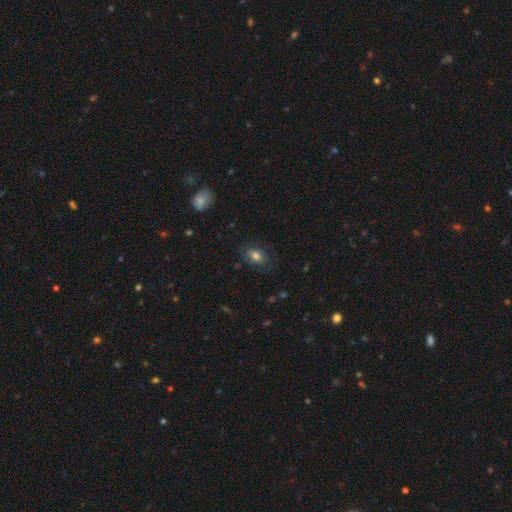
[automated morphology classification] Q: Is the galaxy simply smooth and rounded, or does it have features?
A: smooth — 76%.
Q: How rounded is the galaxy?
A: in between — 80%.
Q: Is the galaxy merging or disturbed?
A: none — 76%.